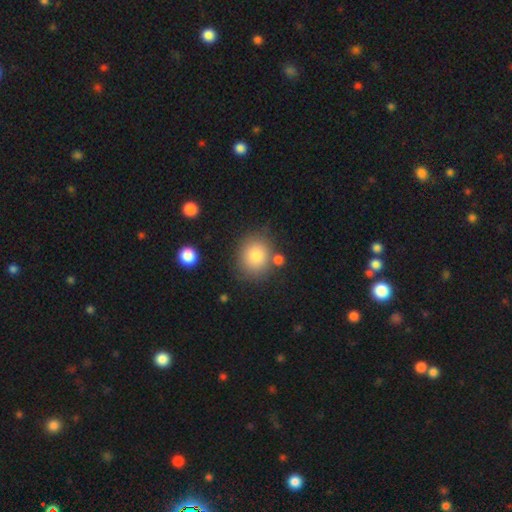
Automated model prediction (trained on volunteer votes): A smooth galaxy with no disk features (82%) that is round (73%). Merging: none (75%).